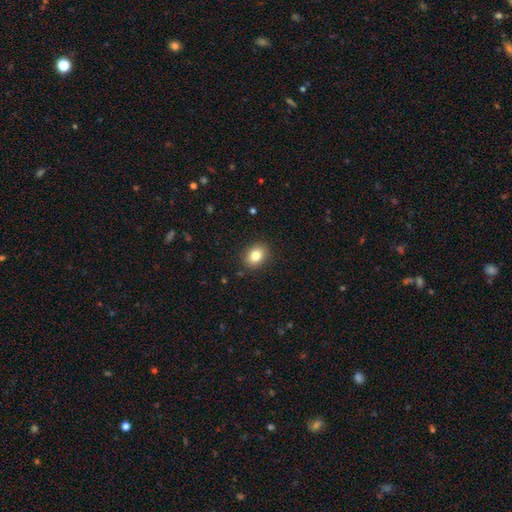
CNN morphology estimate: This is clearly a smooth galaxy (82%). How rounded: possibly in between (52%). Merging: clearly none (89%).